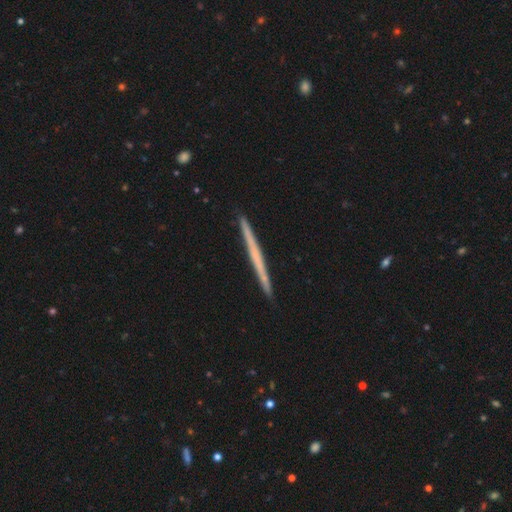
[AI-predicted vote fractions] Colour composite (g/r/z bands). It shows a featured or disk galaxy (55%) viewed edge-on (98%) with no central bulge (85%). Merging: none (92%).